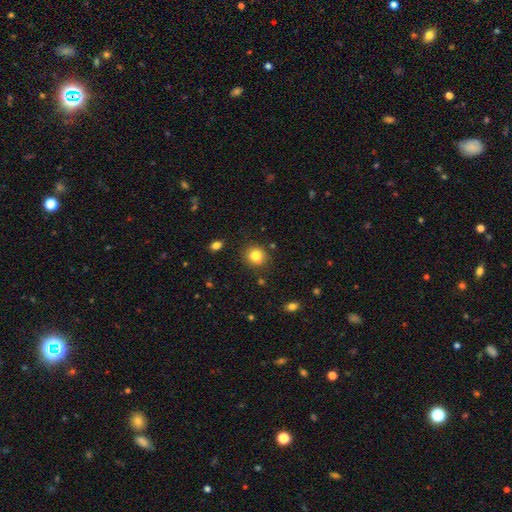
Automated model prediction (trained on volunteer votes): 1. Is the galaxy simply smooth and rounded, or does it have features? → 82% smooth, 11% star or artifact, 7% featured or disk.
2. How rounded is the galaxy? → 83% round, 16% in between, 1% cigar-shaped.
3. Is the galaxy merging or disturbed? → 86% none, 9% minor disturbance, 3% merger, 2% major disturbance.